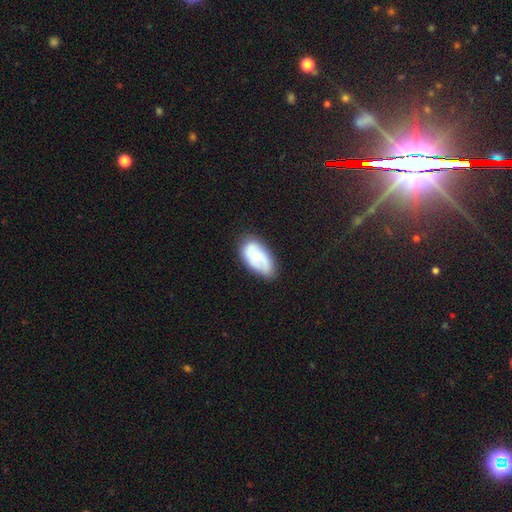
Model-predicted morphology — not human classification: smooth 52%, featured or disk 41%, star or artifact 8%. Down the decision tree: how rounded — in between (93%); merging — none (68%).